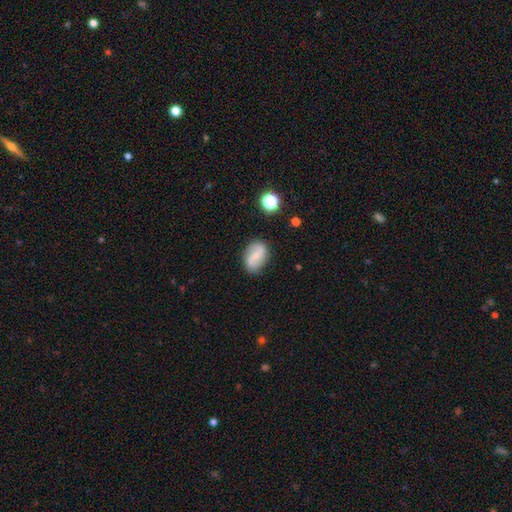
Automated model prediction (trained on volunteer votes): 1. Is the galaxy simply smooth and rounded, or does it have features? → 63% featured or disk, 30% smooth, 8% star or artifact.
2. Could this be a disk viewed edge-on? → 97% no, 3% yes.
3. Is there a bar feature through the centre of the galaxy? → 45% weak, 33% no, 22% strong.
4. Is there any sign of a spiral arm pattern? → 89% yes, 11% no.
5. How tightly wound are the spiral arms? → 53% loose, 34% medium, 14% tight.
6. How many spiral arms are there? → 89% 2, 6% can't tell, 2% 1, 1% 3, 1% 4, 1% more than 4.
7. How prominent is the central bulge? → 59% small, 29% moderate, 9% none, 2% large, 1% dominant.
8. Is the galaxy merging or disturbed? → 81% none, 13% minor disturbance, 3% major disturbance, 2% merger.